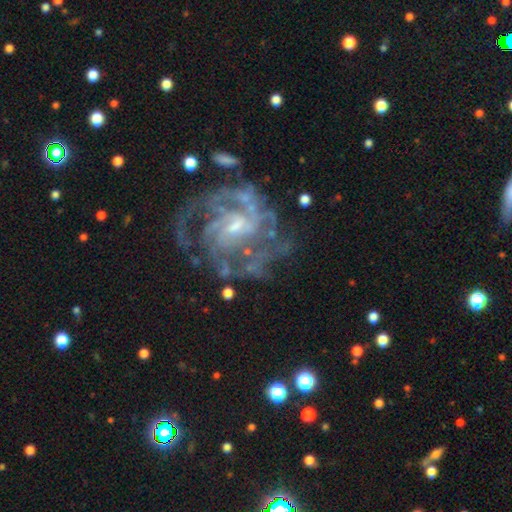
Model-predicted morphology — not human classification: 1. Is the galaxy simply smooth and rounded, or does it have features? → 84% featured or disk, 11% star or artifact, 5% smooth.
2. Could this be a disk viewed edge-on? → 97% no, 3% yes.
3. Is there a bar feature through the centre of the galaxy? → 43% no, 41% weak, 16% strong.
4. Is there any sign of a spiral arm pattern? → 96% yes, 4% no.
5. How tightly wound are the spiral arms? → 60% tight, 33% medium, 7% loose.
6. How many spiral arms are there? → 25% can't tell, 23% 3, 18% 2, 16% 4, 9% more than 4, 8% 1.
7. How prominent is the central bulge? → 62% small, 31% moderate, 4% none, 2% large, 1% dominant.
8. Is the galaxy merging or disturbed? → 71% none, 15% minor disturbance, 11% major disturbance, 2% merger.